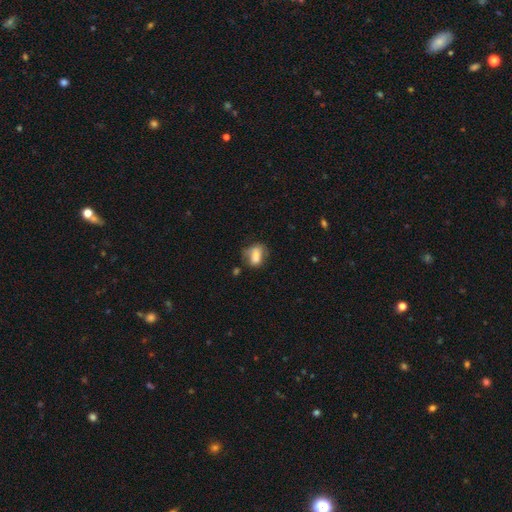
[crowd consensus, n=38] Smooth or featured? 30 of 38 (79%) said smooth. How rounded? 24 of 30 (80%) said in between. Merging? 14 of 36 (39%) said none.